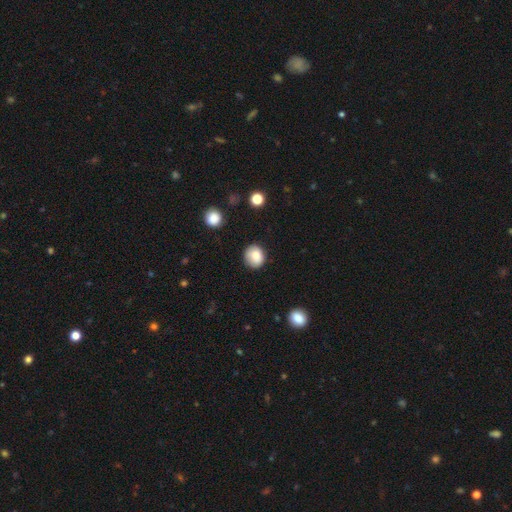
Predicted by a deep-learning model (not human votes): A smooth galaxy with no disk features (82%) that is round (75%). Merging: none (81%).